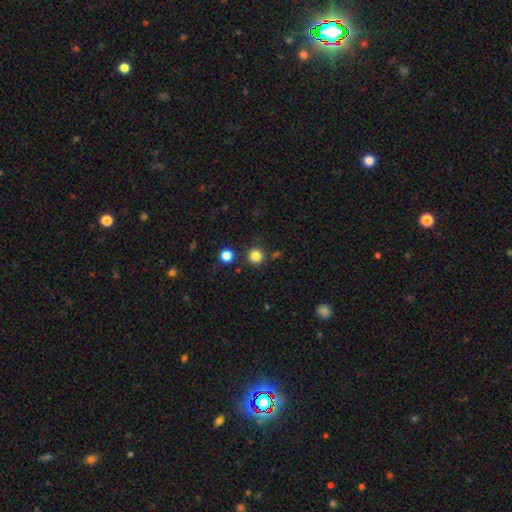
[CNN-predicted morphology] Smooth or featured? Predicted: smooth (p=0.83). How rounded? Predicted: round (p=0.95). Merging? Predicted: none (p=0.87).